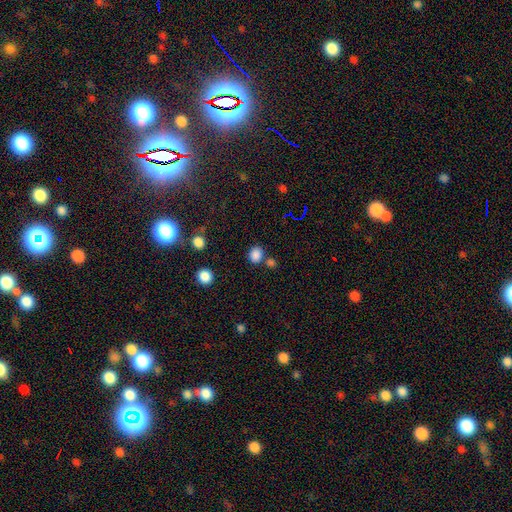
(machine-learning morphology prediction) This appears to be a smooth galaxy with no disk features (83%) that is round (71%). Merging: none (72%).